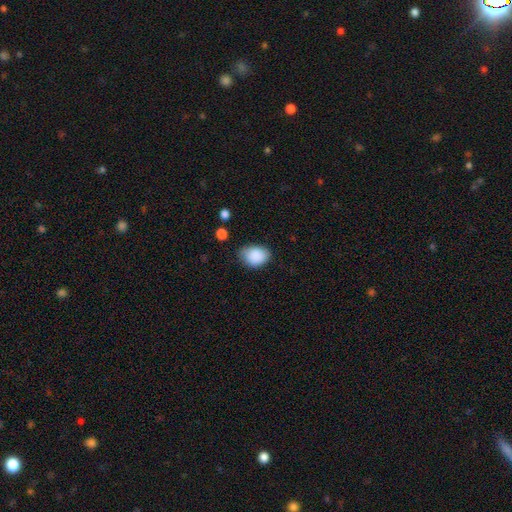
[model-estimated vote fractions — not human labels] smooth_or_featured: smooth (p=0.89) [alt: star or artifact p=0.07]
how_rounded: in between (p=0.71) [alt: round p=0.28]
merging: none (p=0.68) [alt: minor disturbance p=0.25]